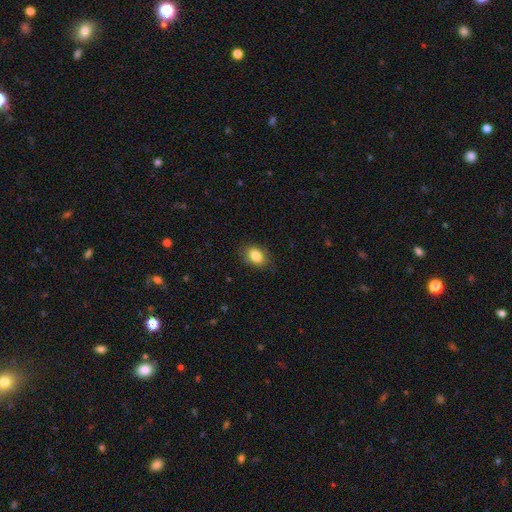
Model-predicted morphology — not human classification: Smooth or featured: smooth — 85% (star or artifact — 9%)
How rounded: in between — 80% (round — 18%)
Merging: none — 85% (minor disturbance — 12%)